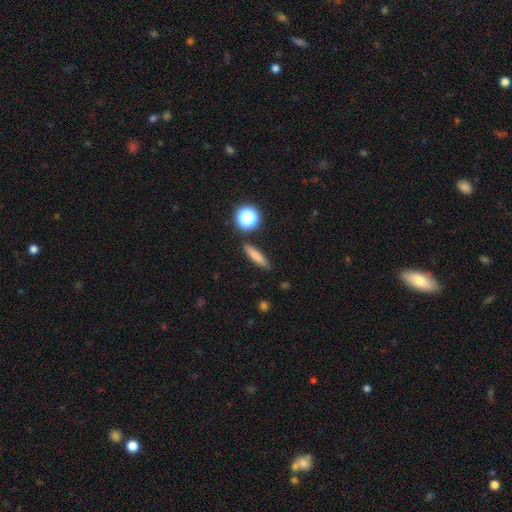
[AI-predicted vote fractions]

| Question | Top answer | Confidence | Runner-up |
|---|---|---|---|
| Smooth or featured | smooth | 76% | featured or disk (13%) |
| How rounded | cigar-shaped | 76% | in between (17%) |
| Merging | none | 87% | minor disturbance (8%) |